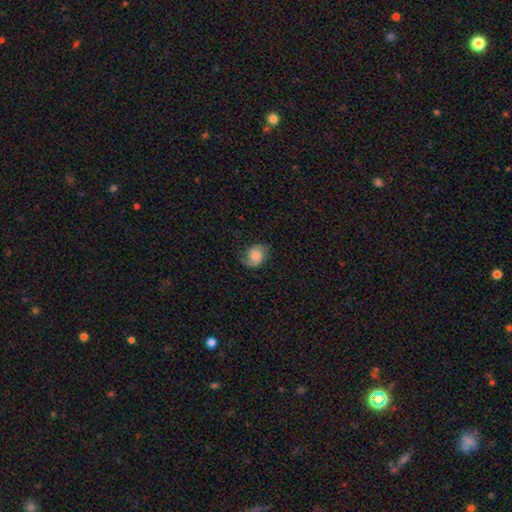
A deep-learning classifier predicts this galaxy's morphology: smooth_or_featured: featured or disk (p=0.49) [alt: smooth p=0.42]
merging: none (p=0.65) [alt: minor disturbance p=0.22]